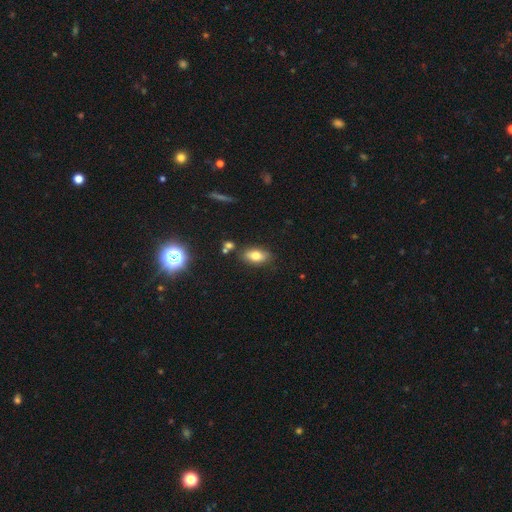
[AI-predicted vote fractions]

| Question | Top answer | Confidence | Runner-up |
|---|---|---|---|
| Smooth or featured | smooth | 76% | featured or disk (14%) |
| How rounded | in between | 87% | cigar-shaped (7%) |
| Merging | none | 79% | minor disturbance (13%) |